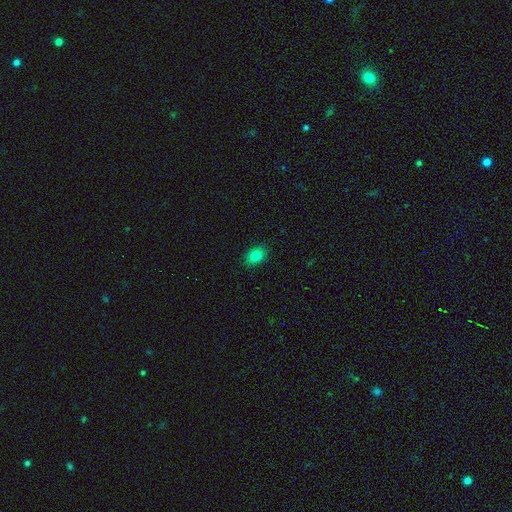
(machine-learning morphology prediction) This is clearly a smooth galaxy (82%). How rounded: likely in between (75%). Merging: clearly none (88%).